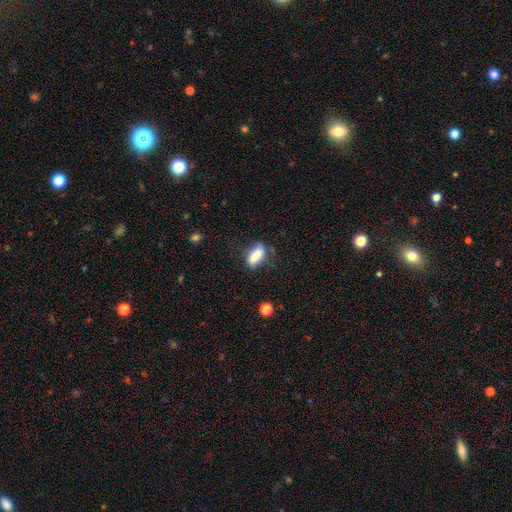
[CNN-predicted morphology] Smooth or featured?
  - smooth: 78% *
  - featured or disk: 15%
  - star or artifact: 7%
How rounded?
  - in between: 79% *
  - cigar-shaped: 17%
  - round: 4%
Merging?
  - none: 65% *
  - minor disturbance: 24%
  - major disturbance: 8%
  - merger: 2%